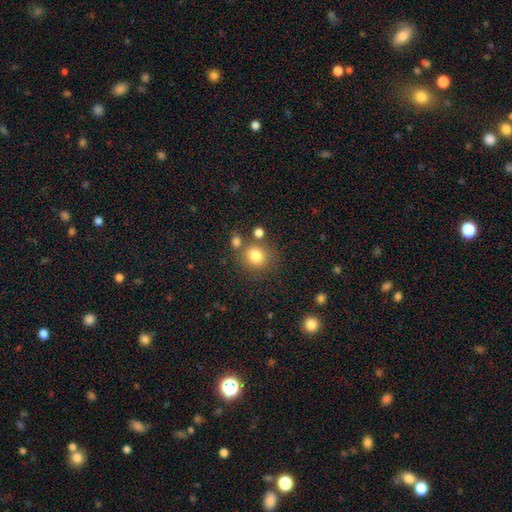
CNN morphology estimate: smooth 80%, star or artifact 12%, featured or disk 7%. Down the decision tree: how rounded — round (83%); merging — none (71%).